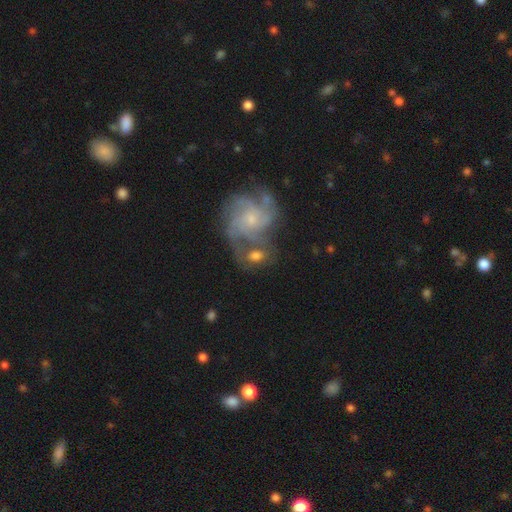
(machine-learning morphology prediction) A featured or disk galaxy (59%) with no bar (66%), spiral arms (83%) and a small central bulge (50%).

Vote fractions:
- Smooth or featured? featured or disk: 59% / smooth: 31% / star or artifact: 10%
- Edge-on disk? no: 97% / yes: 3%
- Bar? no: 66% / weak: 27% / strong: 7%
- Spiral arms? yes: 83% / no: 17%
- Bulge size? small: 50% / moderate: 33% / none: 8% / large: 7% / dominant: 2%
- Merging? none: 39% / merger: 34% / minor disturbance: 15% / major disturbance: 12%